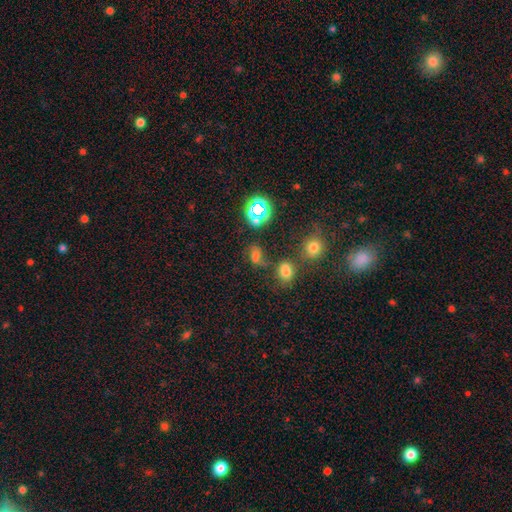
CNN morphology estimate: smooth-or-featured: smooth: 53% | star or artifact: 34% | featured or disk: 13%
  how-rounded: in between: 66% | round: 30% | cigar-shaped: 4%
  merging: none: 53% | merger: 18% | minor disturbance: 17% | major disturbance: 11%